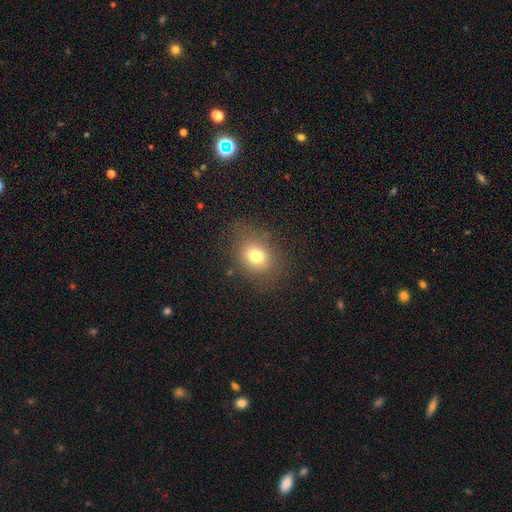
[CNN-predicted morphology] This appears to be a smooth galaxy with no disk features (74%) that is round (51%). Merging: none (77%).